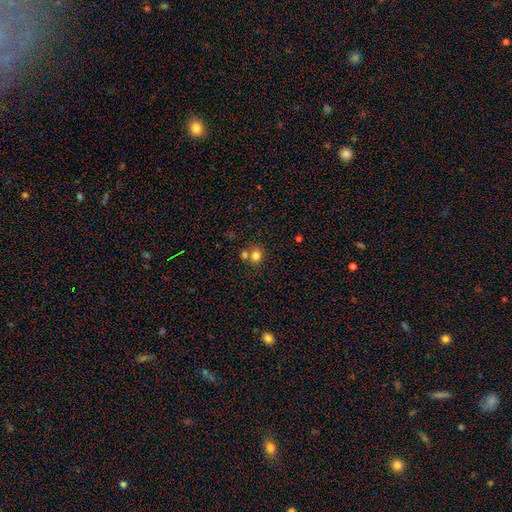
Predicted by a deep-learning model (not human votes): smooth_or_featured: smooth (p=0.79) [alt: star or artifact p=0.13]
how_rounded: round (p=0.72) [alt: in between p=0.27]
merging: none (p=0.58) [alt: merger p=0.30]